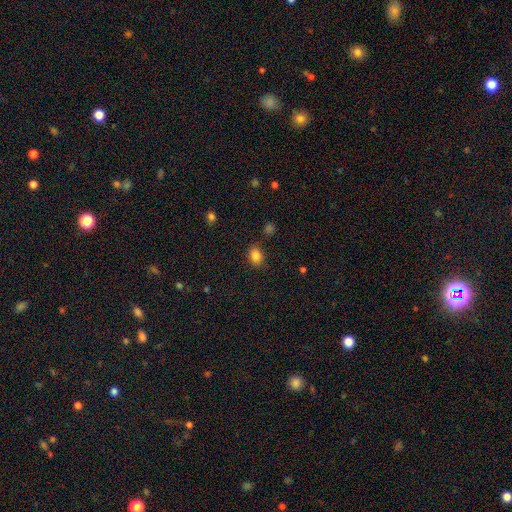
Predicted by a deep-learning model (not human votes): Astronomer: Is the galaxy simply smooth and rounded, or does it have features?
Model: smooth — 84%.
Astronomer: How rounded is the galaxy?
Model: in between — 58% (runner-up: round, 41%).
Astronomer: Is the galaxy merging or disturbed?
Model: none — 82%.